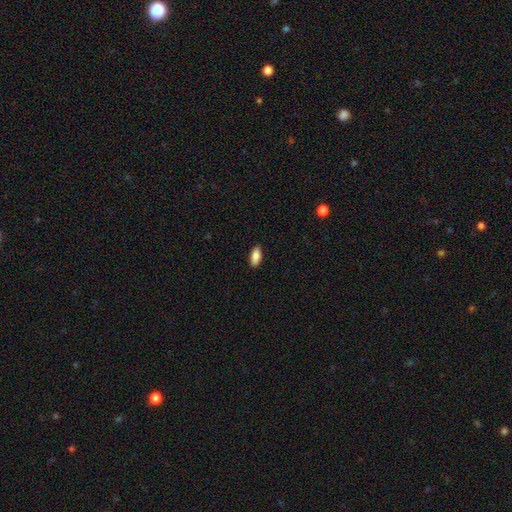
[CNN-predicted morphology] Smooth or featured? Predicted: smooth (p=0.84). How rounded? Predicted: in between (p=0.83). Merging? Predicted: none (p=0.88).